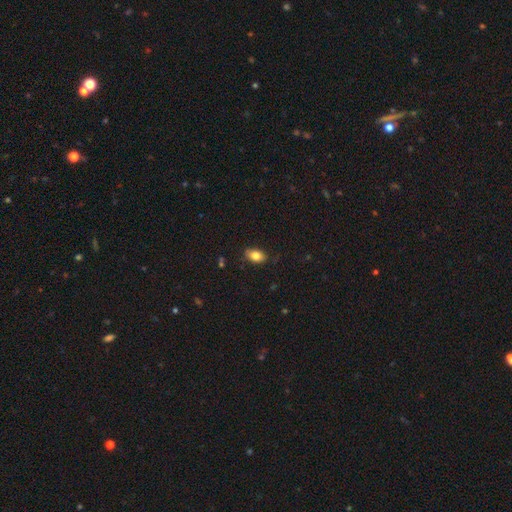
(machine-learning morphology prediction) Smooth or featured?
  - smooth: 82% *
  - featured or disk: 10%
  - star or artifact: 8%
How rounded?
  - in between: 87% *
  - round: 11%
  - cigar-shaped: 2%
Merging?
  - none: 80% *
  - minor disturbance: 16%
  - major disturbance: 3%
  - merger: 1%